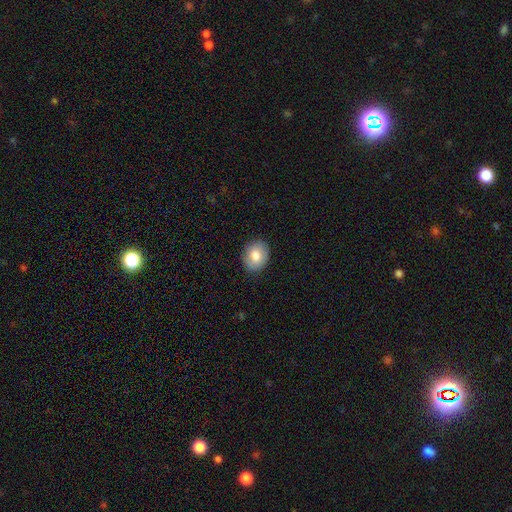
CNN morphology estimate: Smooth or featured?
  - smooth: 80% *
  - featured or disk: 13%
  - star or artifact: 7%
How rounded?
  - in between: 58% *
  - round: 41%
  - cigar-shaped: 1%
Merging?
  - none: 87% *
  - minor disturbance: 10%
  - major disturbance: 2%
  - merger: 1%